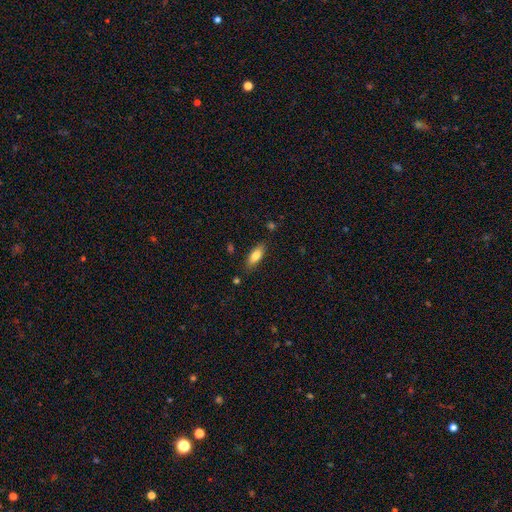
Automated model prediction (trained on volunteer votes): Overall: smooth (81%). How rounded: in between (77%). Merging: none (82%).